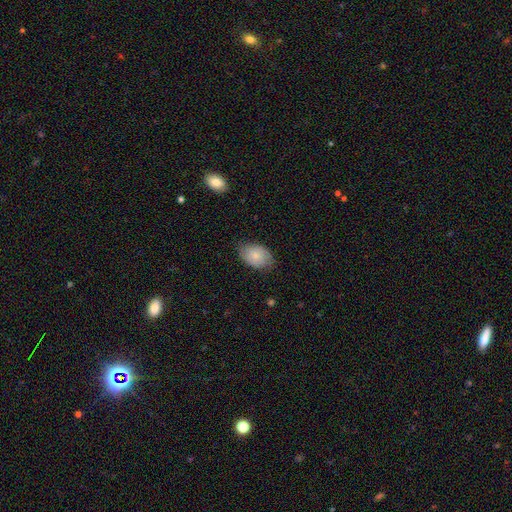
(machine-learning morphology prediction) smooth 74%, featured or disk 19%, star or artifact 7%. Down the decision tree: how rounded — in between (85%); merging — none (74%).